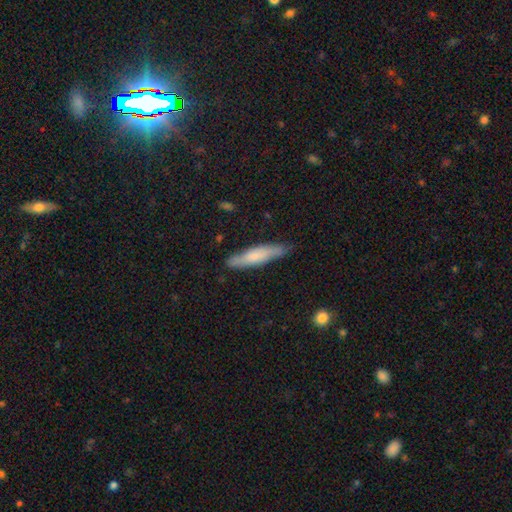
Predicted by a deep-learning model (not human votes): Overall: smooth (66%; featured or disk 28%). How rounded: cigar-shaped (83%). Merging: none (78%).